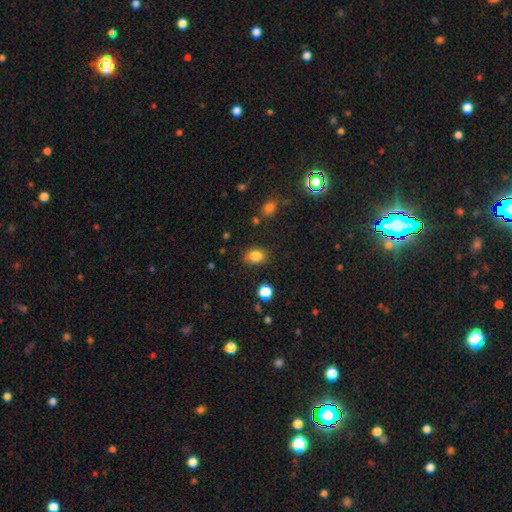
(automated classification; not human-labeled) Smooth or featured?
  - smooth: 83% *
  - star or artifact: 12%
  - featured or disk: 5%
How rounded?
  - round: 52% *
  - in between: 47%
  - cigar-shaped: 1%
Merging?
  - none: 81% *
  - minor disturbance: 13%
  - major disturbance: 3%
  - merger: 3%